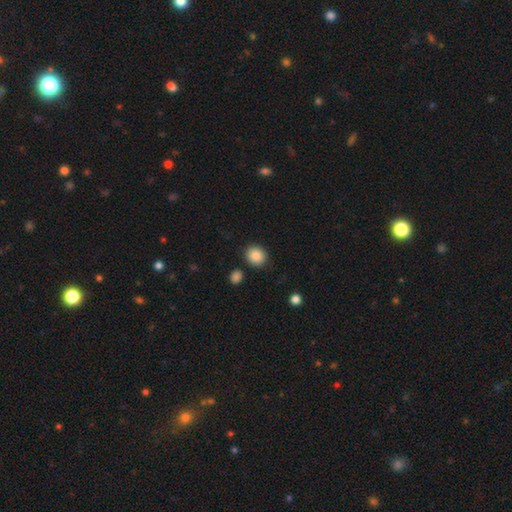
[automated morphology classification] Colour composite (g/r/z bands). It shows a smooth galaxy with no disk features (88%) that is round (81%). Merging: none (87%).